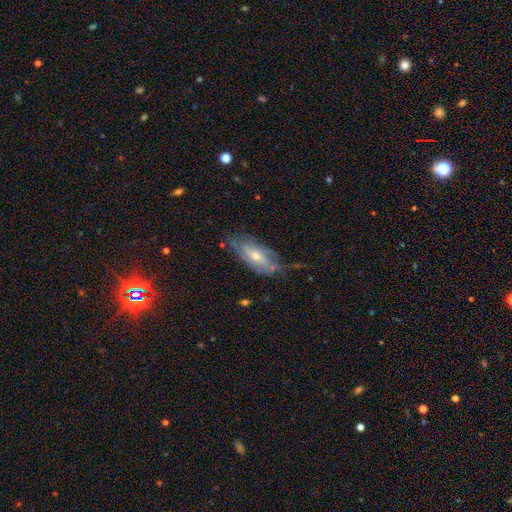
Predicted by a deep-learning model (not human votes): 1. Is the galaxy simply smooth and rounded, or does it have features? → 63% featured or disk, 28% smooth, 8% star or artifact.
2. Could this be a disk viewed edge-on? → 78% no, 22% yes.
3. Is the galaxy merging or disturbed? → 60% none, 27% minor disturbance, 10% major disturbance, 2% merger.